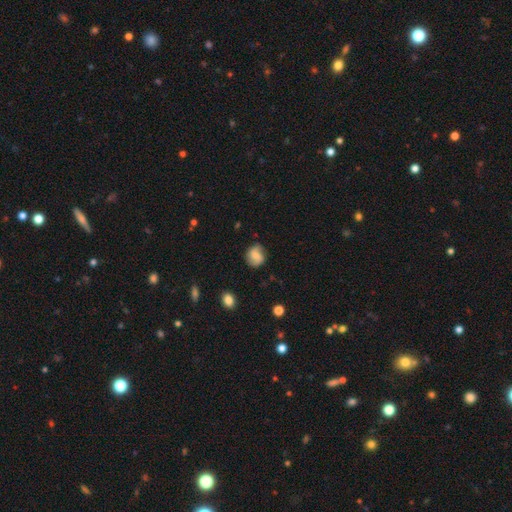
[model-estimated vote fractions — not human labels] Smooth or featured? Predicted: smooth (p=0.50). How rounded? Predicted: round (p=0.74). Merging? Predicted: none (p=0.73).